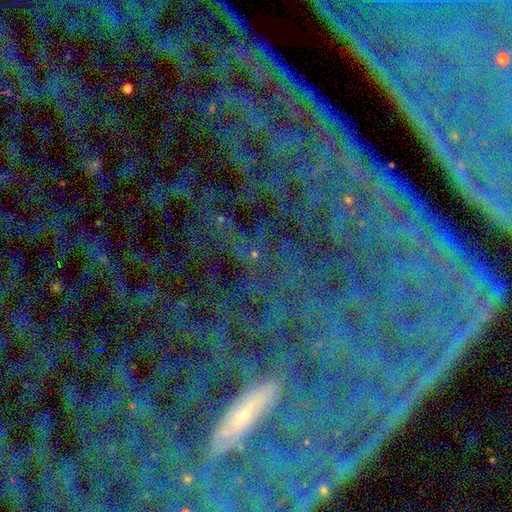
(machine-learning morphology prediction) A star or artifact, not a galaxy (77%).

Vote fractions:
- Smooth or featured? star or artifact: 77% / featured or disk: 13% / smooth: 9%